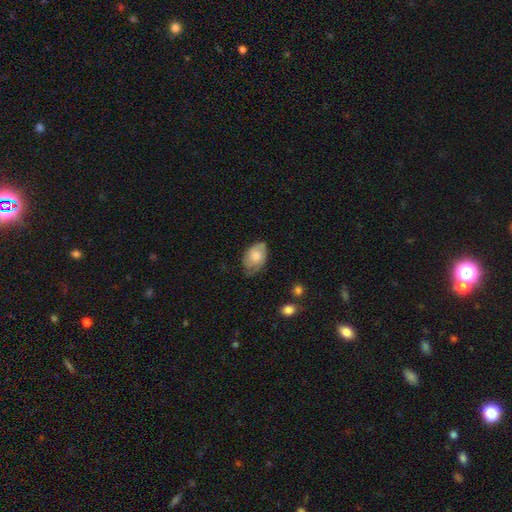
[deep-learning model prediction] This is likely a smooth galaxy (64%). How rounded: clearly in between (88%). Merging: possibly none (52%).